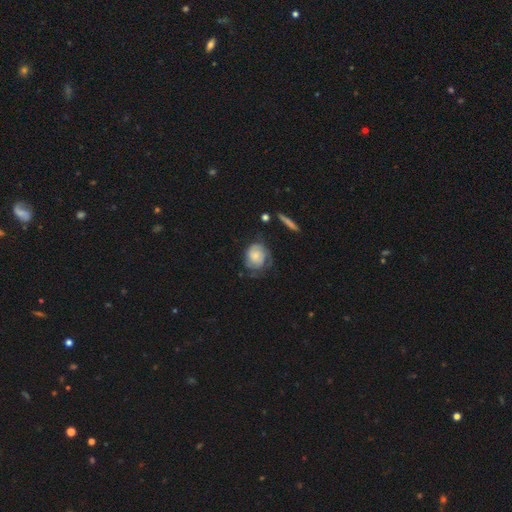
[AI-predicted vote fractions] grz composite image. It shows a featured or disk galaxy (52%) with no bar (79%), spiral arms (81%) and a small central bulge (50%). Merging: none (49%).